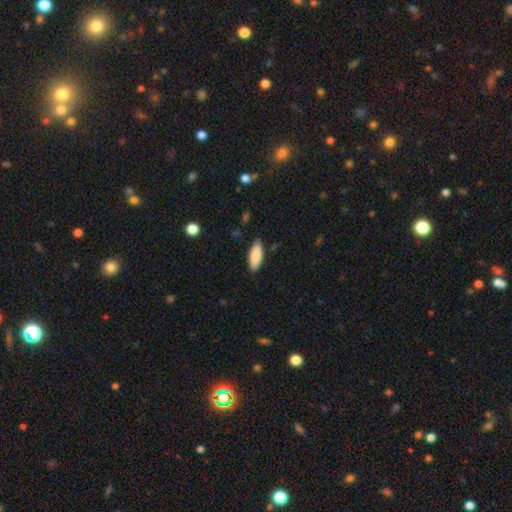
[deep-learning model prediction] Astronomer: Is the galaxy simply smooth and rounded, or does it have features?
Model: smooth — 84%.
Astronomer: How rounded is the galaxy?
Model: in between — 74%.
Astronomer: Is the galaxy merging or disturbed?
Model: none — 86%.